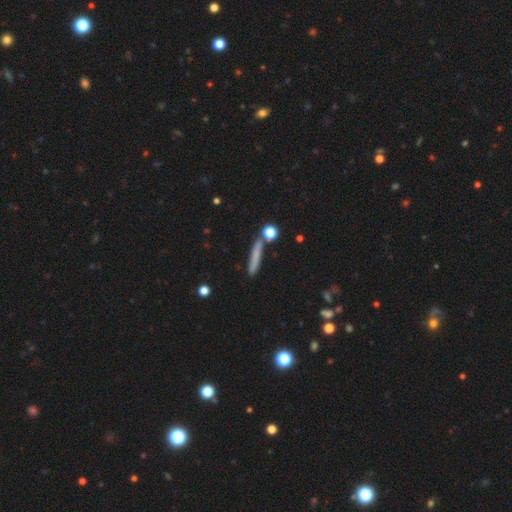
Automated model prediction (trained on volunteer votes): A smooth galaxy with no disk features (69%) that is cigar-shaped (91%). Merging: none (81%).